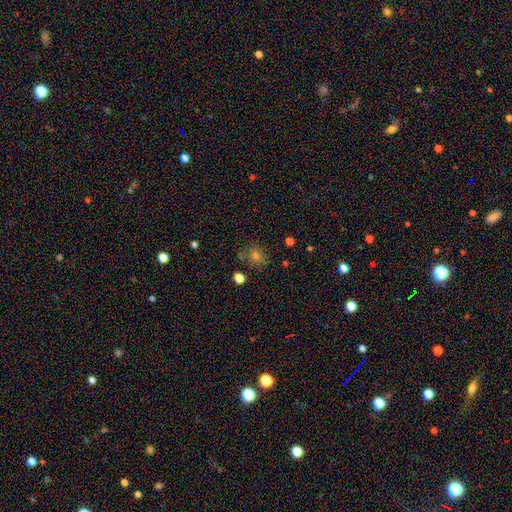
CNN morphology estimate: Smooth or featured? smooth (57%)
How rounded? round (77%)
Merging? none (75%)